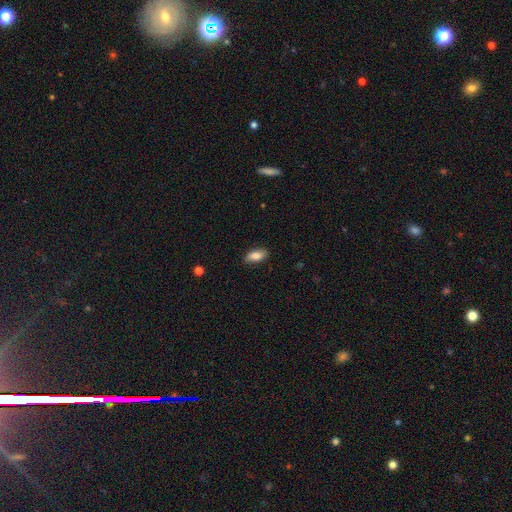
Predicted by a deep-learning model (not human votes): This appears to be a smooth galaxy with no disk features (84%) that is in between round and cigar-shaped (87%). Merging: none (83%).